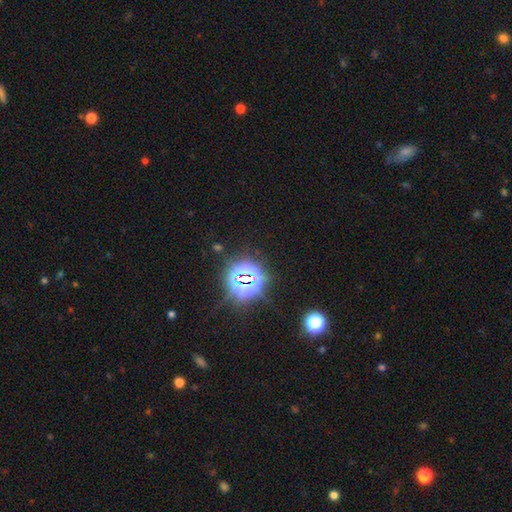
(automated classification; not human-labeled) This appears to be a star or artifact, not a galaxy (81%).